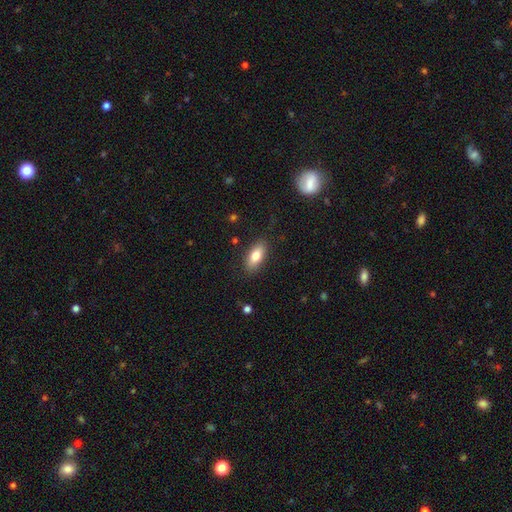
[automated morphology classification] A smooth galaxy with no disk features (78%) that is in between round and cigar-shaped (84%). Merging: none (86%).